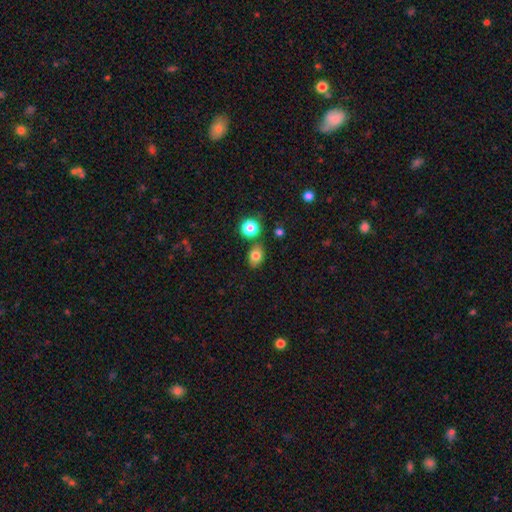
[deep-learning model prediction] Smooth or featured: smooth — 80% (star or artifact — 11%)
How rounded: in between — 67% (round — 32%)
Merging: none — 77% (minor disturbance — 12%)